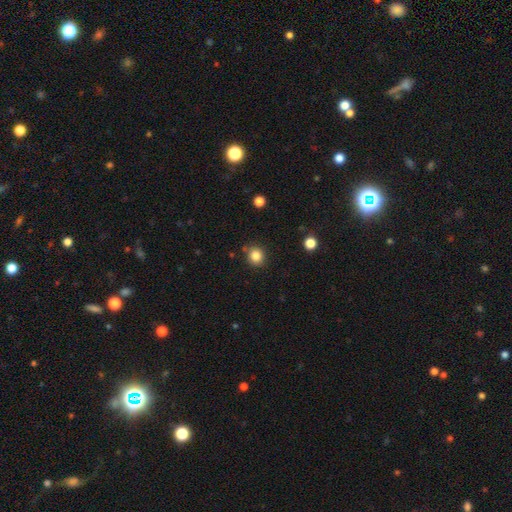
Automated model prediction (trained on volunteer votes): smooth 84%, star or artifact 11%, featured or disk 5%. Down the decision tree: how rounded — round (84%); merging — none (85%).